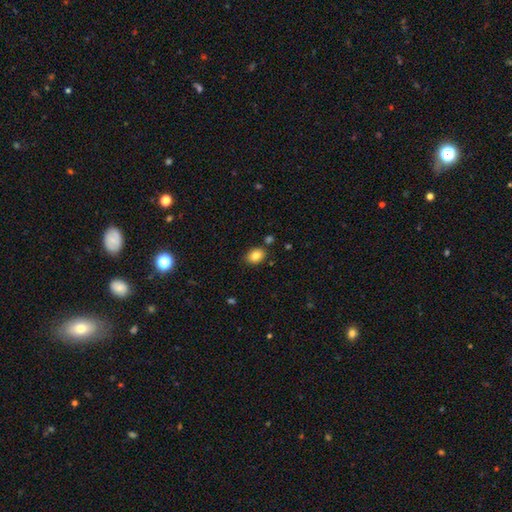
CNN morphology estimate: smooth-or-featured: smooth: 84% | star or artifact: 9% | featured or disk: 7%
  how-rounded: in between: 66% | round: 33% | cigar-shaped: 1%
  merging: none: 83% | minor disturbance: 10% | merger: 4% | major disturbance: 2%